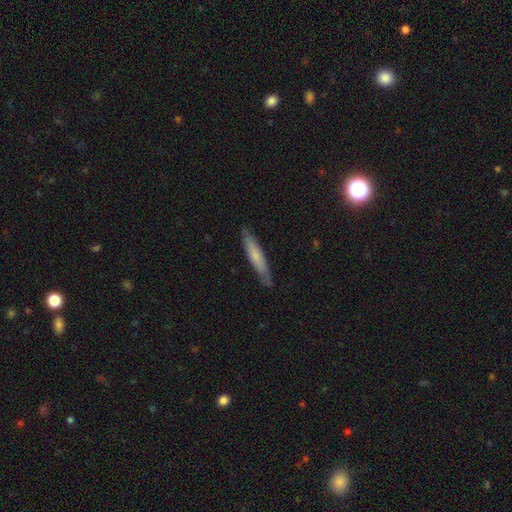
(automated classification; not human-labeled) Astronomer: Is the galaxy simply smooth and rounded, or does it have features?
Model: smooth — 61%.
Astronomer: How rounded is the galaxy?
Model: cigar-shaped — 92%.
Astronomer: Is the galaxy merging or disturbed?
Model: none — 85%.